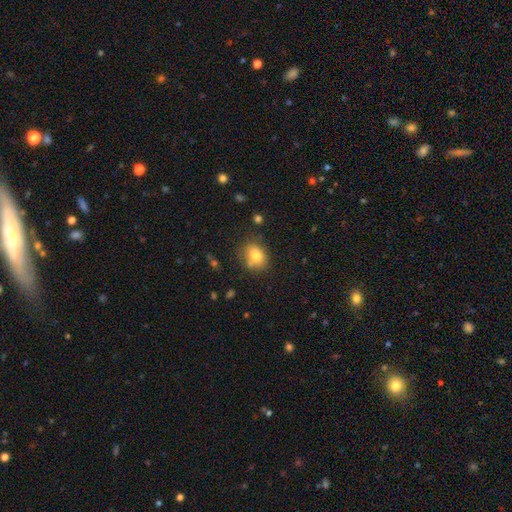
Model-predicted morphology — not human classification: Overall: smooth (79%). How rounded: in between (61%; round 38%). Merging: none (69%).